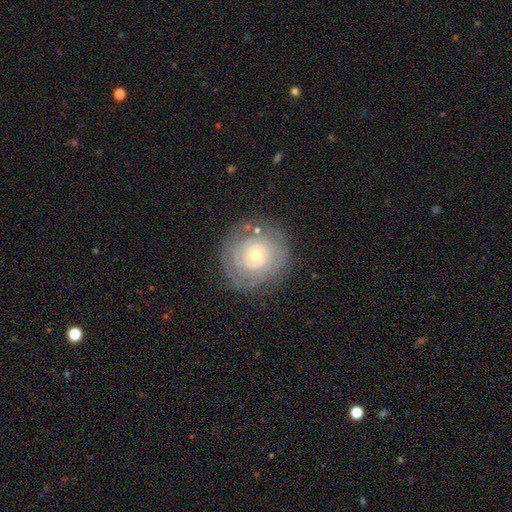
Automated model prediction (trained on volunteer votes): smooth_or_featured: featured or disk (p=0.67) [alt: smooth p=0.26]
disk_edge_on: no (p=0.97) [alt: yes p=0.03]
bar: no (p=0.83) [alt: weak p=0.13]
has_spiral_arms: yes (p=0.68) [alt: no p=0.32]
bulge_size: small (p=0.55) [alt: moderate p=0.40]
merging: none (p=0.80) [alt: minor disturbance p=0.13]